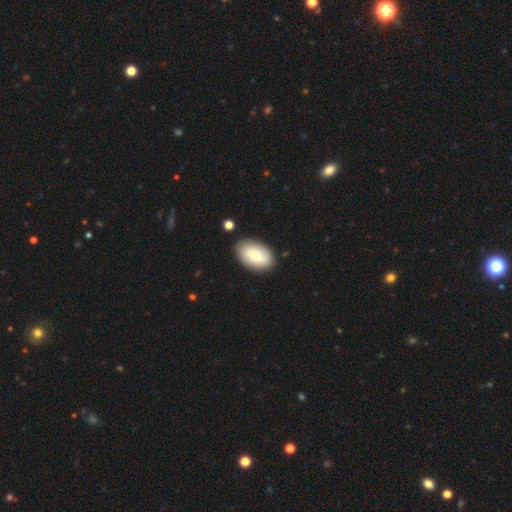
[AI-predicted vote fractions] The model was most divided on "smooth or featured": smooth: 76%, featured or disk: 18%, star or artifact: 6%. More confident: how rounded — in between (92%); merging — none (85%).